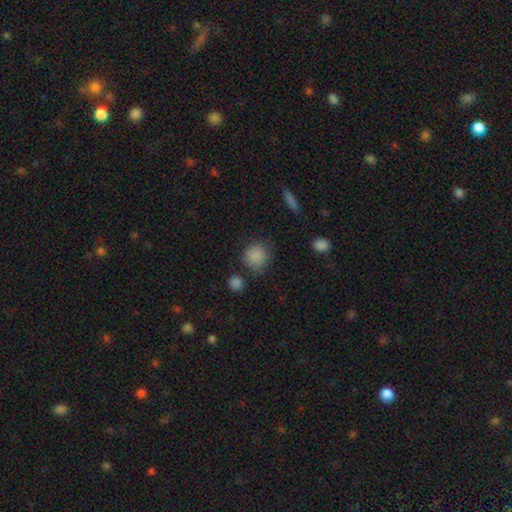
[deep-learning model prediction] smooth_or_featured: smooth (p=0.85) [alt: star or artifact p=0.10]
how_rounded: round (p=0.85) [alt: in between p=0.14]
merging: none (p=0.73) [alt: minor disturbance p=0.16]